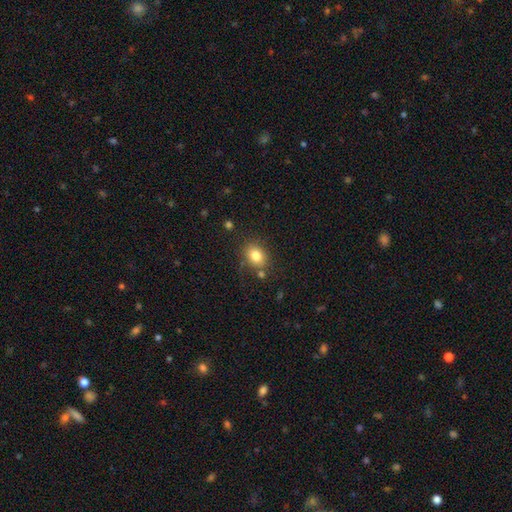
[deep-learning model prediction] smooth 82%, star or artifact 10%, featured or disk 8%. Down the decision tree: how rounded — in between (58%); merging — none (76%).